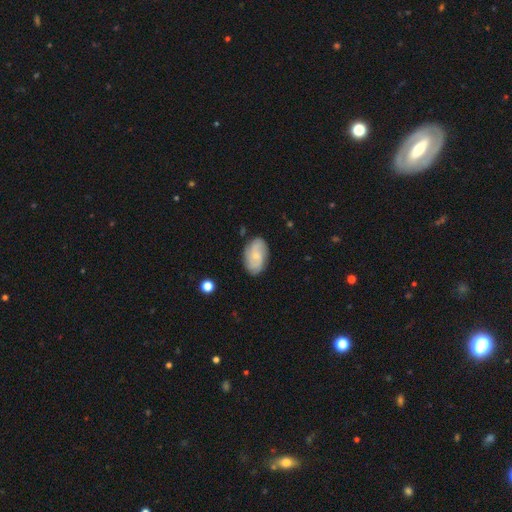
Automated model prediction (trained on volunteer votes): Smooth or featured? featured or disk (60%)
Edge-on disk? no (96%)
Bar? no (68%)
Spiral arms? yes (91%)
Spiral winding? medium (41%, tied with tight)
Spiral arm count? can't tell (30%)
Bulge size? small (64%)
Merging? none (80%)